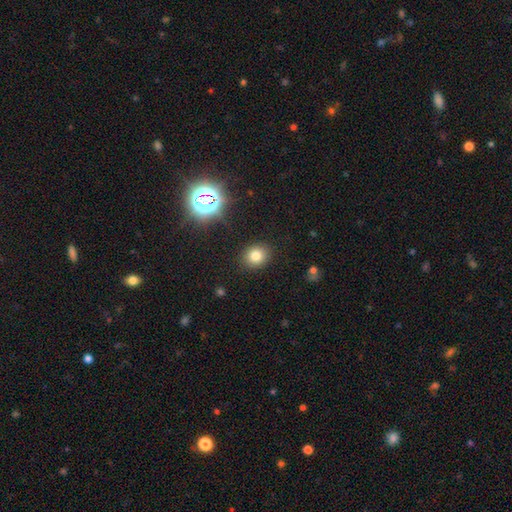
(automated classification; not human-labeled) Overall: smooth (78%). How rounded: round (70%). Merging: none (88%).